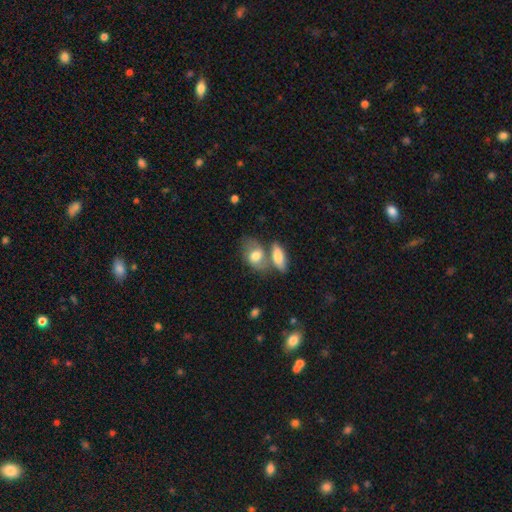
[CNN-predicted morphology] Overall: smooth (68%). How rounded: in between (82%). Merging: merger (46%; none 33%).